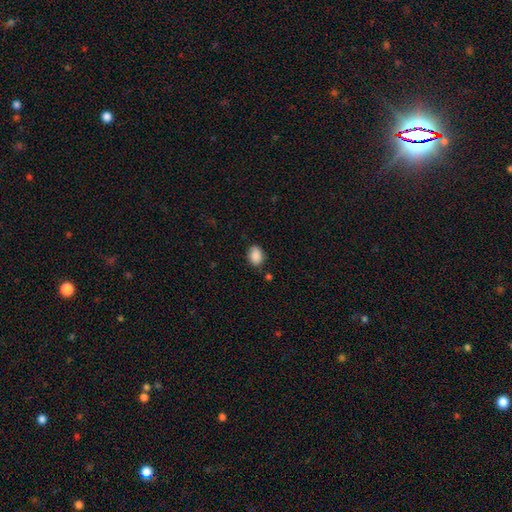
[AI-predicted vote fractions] Q: Smooth or featured?
A: smooth (89%); runner-up: star or artifact (8%)
Q: How rounded?
A: in between (76%); runner-up: round (23%)
Q: Merging?
A: none (80%); runner-up: minor disturbance (15%)